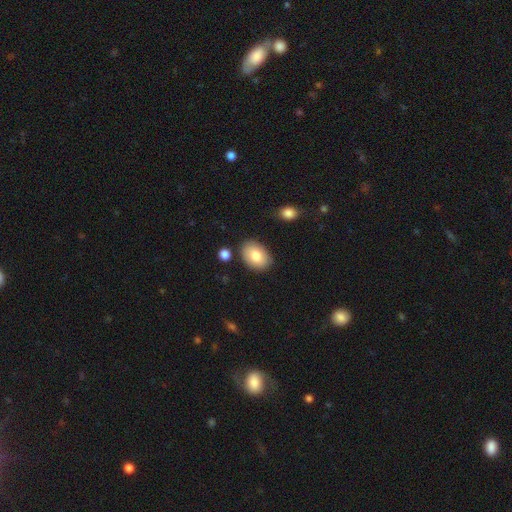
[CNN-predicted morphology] A smooth galaxy with no disk features (80%) that is in between round and cigar-shaped (85%). Merging: none (83%).